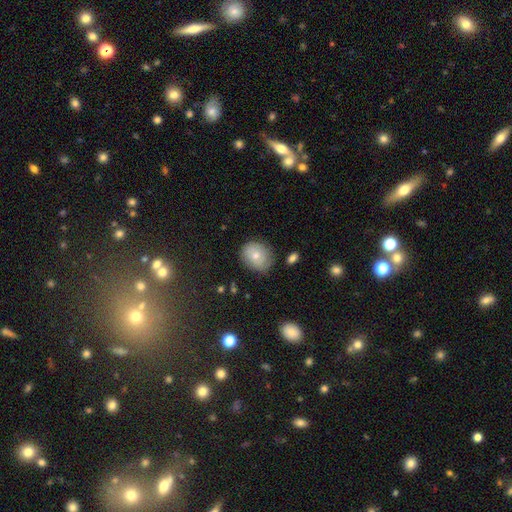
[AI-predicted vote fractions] Overall: smooth (66%). How rounded: round (54%; in between 45%). Merging: none (76%).